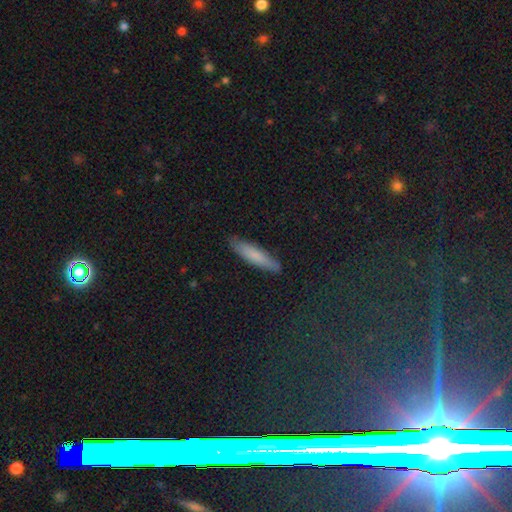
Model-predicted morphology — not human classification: Q: Smooth or featured?
A: smooth (76%); runner-up: featured or disk (18%)
Q: How rounded?
A: cigar-shaped (83%); runner-up: in between (16%)
Q: Merging?
A: none (86%); runner-up: minor disturbance (11%)